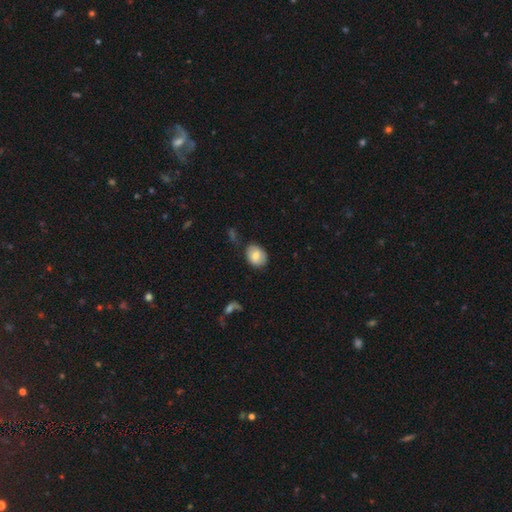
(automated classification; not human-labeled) The model was most divided on "how rounded": in between: 64%, round: 35%, cigar-shaped: 1%. More confident: merging — none (75%); smooth or featured — smooth (75%).